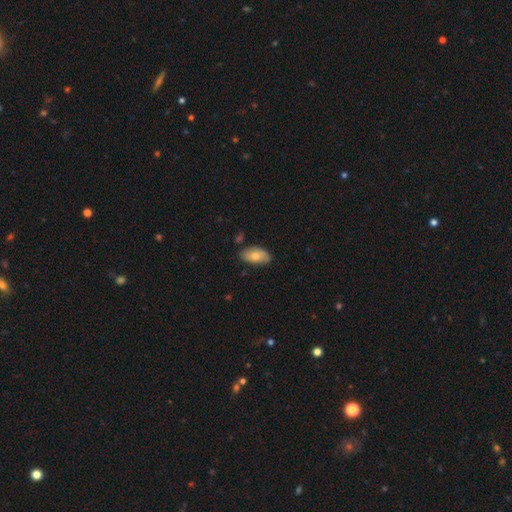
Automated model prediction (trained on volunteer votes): A smooth galaxy with no disk features (75%) that is in between round and cigar-shaped (93%). Merging: none (73%).